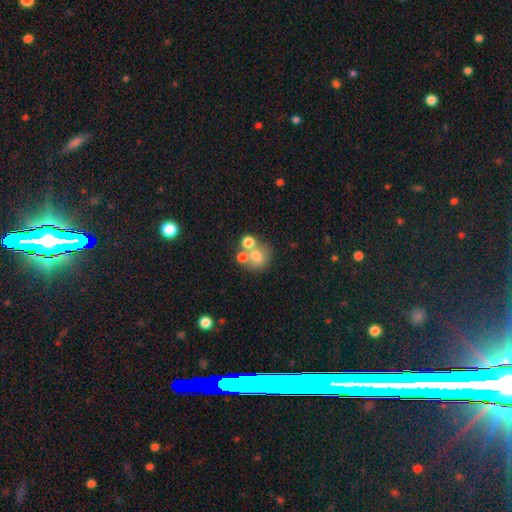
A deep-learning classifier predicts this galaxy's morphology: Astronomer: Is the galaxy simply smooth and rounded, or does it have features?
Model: smooth — 66%.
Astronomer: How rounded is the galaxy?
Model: round — 80%.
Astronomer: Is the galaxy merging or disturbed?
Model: none — 43% (runner-up: merger, 42%).